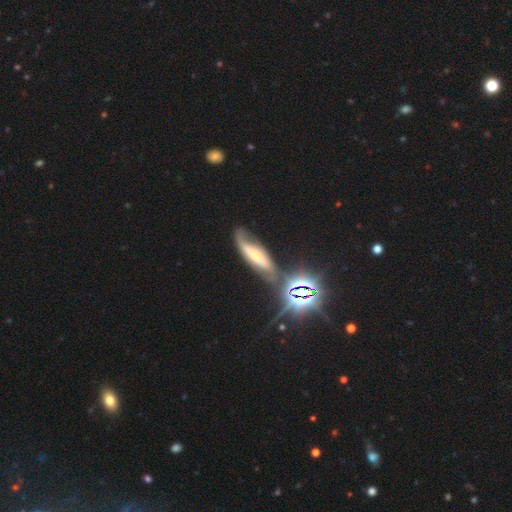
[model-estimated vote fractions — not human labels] A featured or disk galaxy (54%). Merging: none (51%).